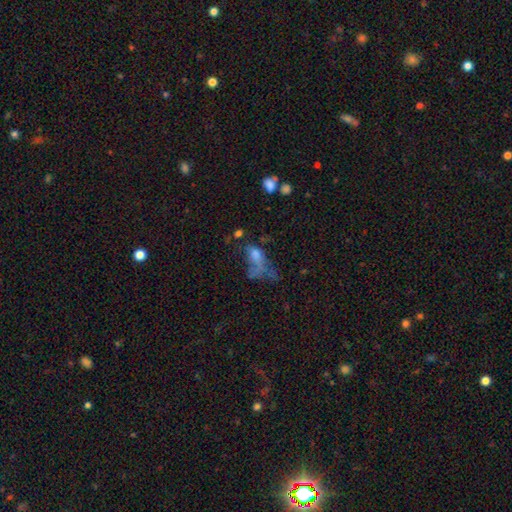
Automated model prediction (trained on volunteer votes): Smooth or featured: smooth — 45% (featured or disk — 34%)
Merging: major disturbance — 51% (none — 20%)